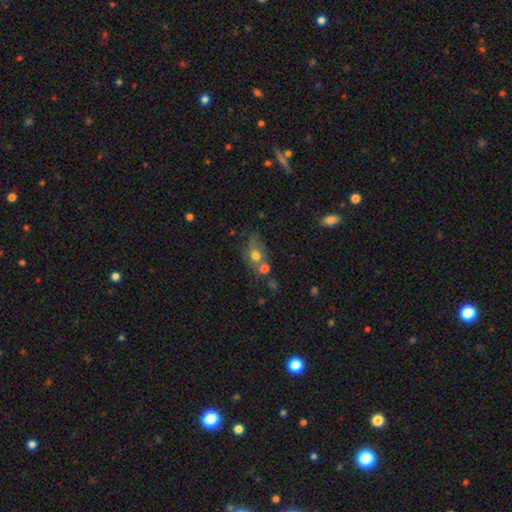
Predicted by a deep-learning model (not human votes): smooth 67%, featured or disk 21%, star or artifact 11%. Down the decision tree: how rounded — in between (64%); merging — merger (40%).